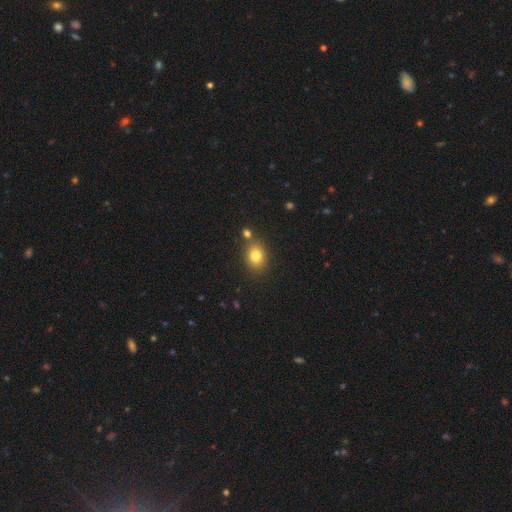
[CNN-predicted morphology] The model was most divided on "how rounded": in between: 52%, round: 47%, cigar-shaped: 1%. More confident: smooth or featured — smooth (80%); merging — none (76%).